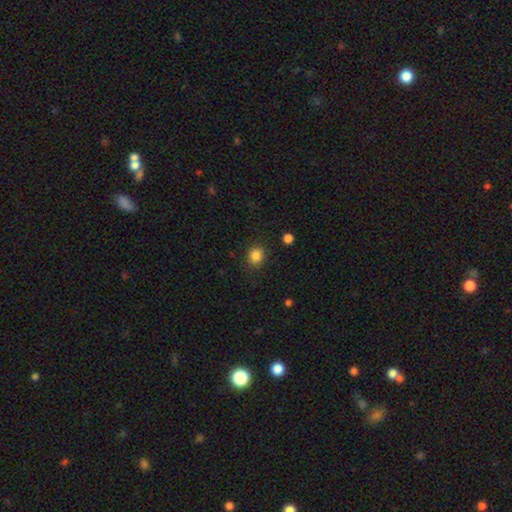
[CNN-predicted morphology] Smooth or featured? Predicted: smooth (p=0.85). How rounded? Predicted: round (p=0.78). Merging? Predicted: none (p=0.86).